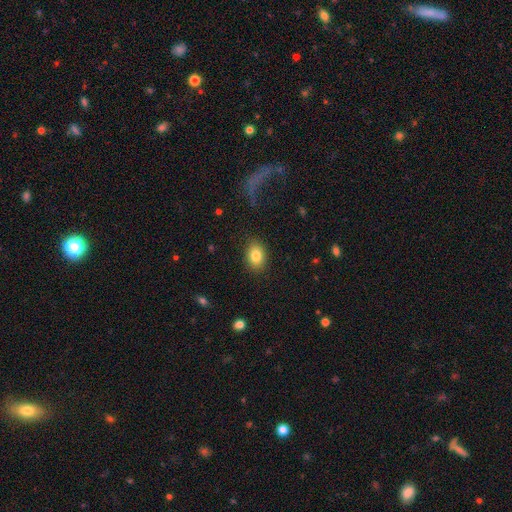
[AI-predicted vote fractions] Smooth or featured? Predicted: smooth (p=0.82). How rounded? Predicted: in between (p=0.77). Merging? Predicted: none (p=0.87).